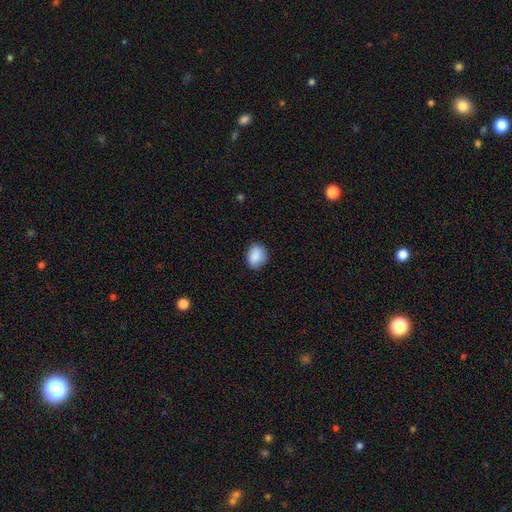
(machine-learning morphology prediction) smooth_or_featured: smooth (p=0.89) [alt: star or artifact p=0.07]
how_rounded: in between (p=0.54) [alt: round p=0.45]
merging: none (p=0.84) [alt: minor disturbance p=0.12]